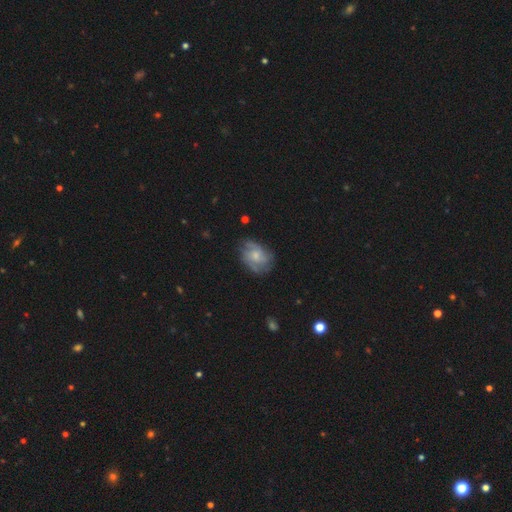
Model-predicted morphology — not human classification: This is possibly a featured or disk galaxy (60%). It is clearly not viewed edge-on (97%). Bar: likely no (73%). Spiral arm pattern: clearly yes (81%). Central bulge: marginally moderate (43%). Merging: likely none (65%).